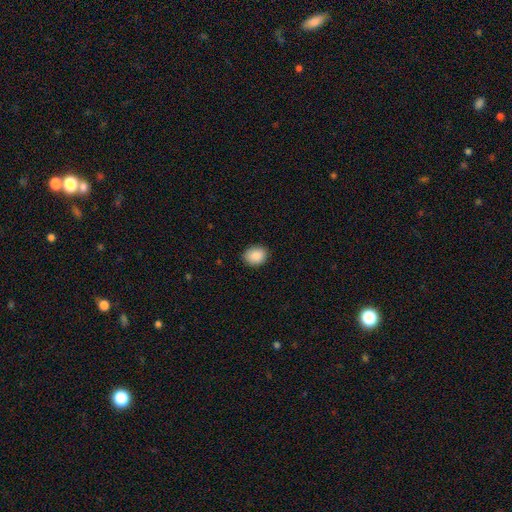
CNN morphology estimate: This appears to be a smooth galaxy with no disk features (89%) that is in between round and cigar-shaped (51%). Merging: none (88%).